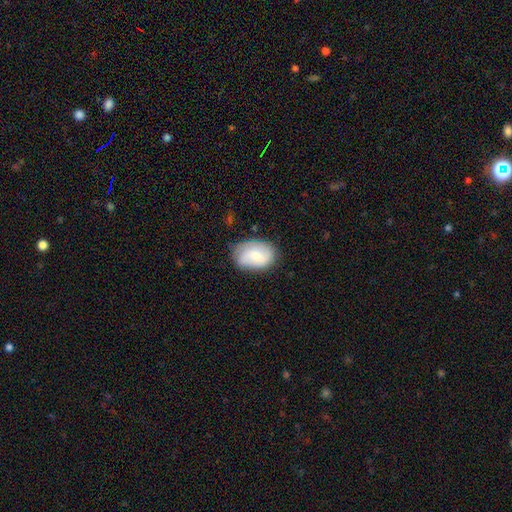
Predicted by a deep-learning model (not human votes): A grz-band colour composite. It shows a smooth galaxy with no disk features (63%) that is in between round and cigar-shaped (81%). Merging: none (66%).